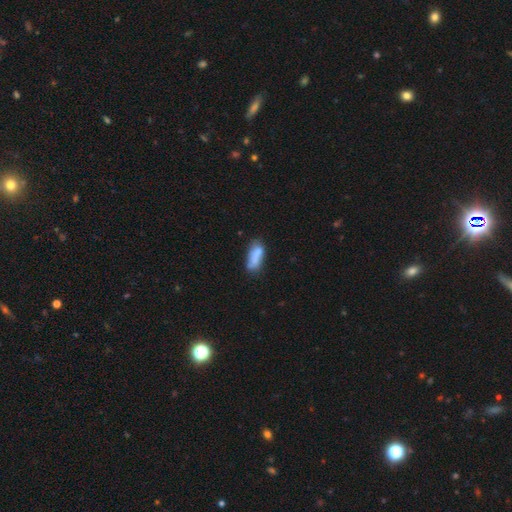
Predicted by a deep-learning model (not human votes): This is likely a smooth galaxy (76%). How rounded: likely in between (75%). Merging: possibly none (47%).